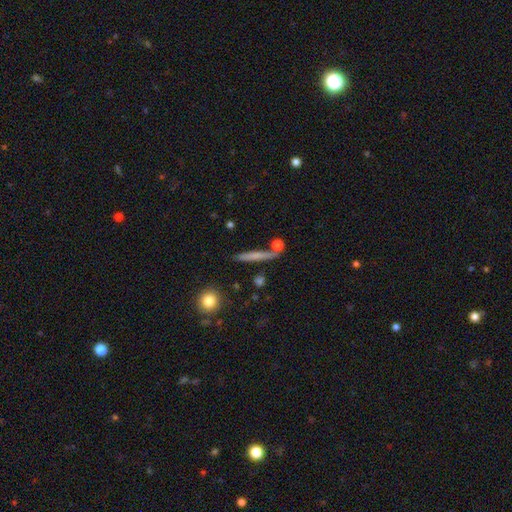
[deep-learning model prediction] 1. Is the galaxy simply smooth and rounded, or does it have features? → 55% smooth, 37% featured or disk, 8% star or artifact.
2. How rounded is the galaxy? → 90% cigar-shaped, 5% in between, 4% round.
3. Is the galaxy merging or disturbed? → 77% none, 11% minor disturbance, 8% merger, 4% major disturbance.